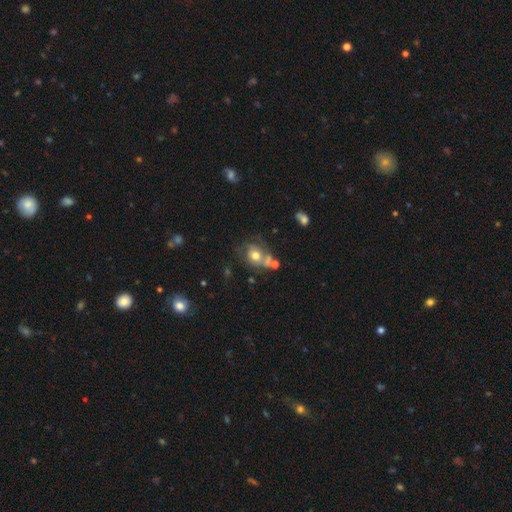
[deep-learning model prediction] This appears to be a smooth galaxy with no disk features (44%, tied with featured or disk). Merging: none (40%).